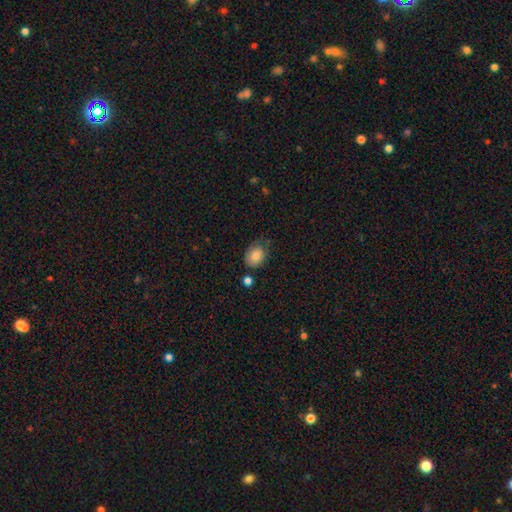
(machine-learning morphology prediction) This appears to be a smooth galaxy with no disk features (80%) that is in between round and cigar-shaped (65%). Merging: none (54%).